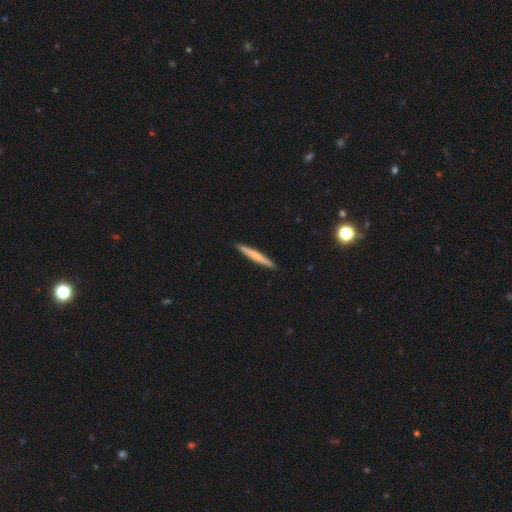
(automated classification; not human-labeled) smooth-or-featured: smooth: 64% | featured or disk: 31% | star or artifact: 5%
  how-rounded: cigar-shaped: 97% | in between: 2% | round: 1%
  merging: none: 93% | minor disturbance: 5% | major disturbance: 1% | merger: 1%